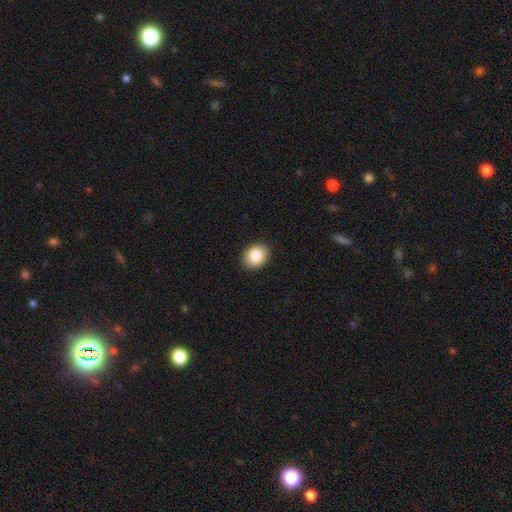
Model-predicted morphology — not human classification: Smooth or featured? smooth (84%)
How rounded? in between (53%)
Merging? none (90%)